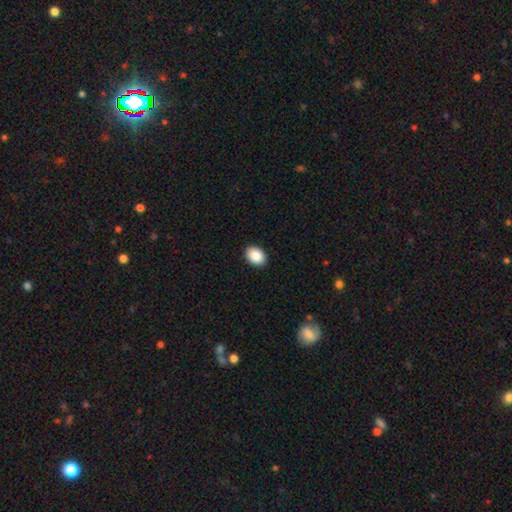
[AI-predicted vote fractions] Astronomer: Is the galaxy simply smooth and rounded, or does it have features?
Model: smooth — 89%.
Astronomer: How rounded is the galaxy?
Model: in between — 72%.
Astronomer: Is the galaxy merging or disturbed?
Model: none — 91%.